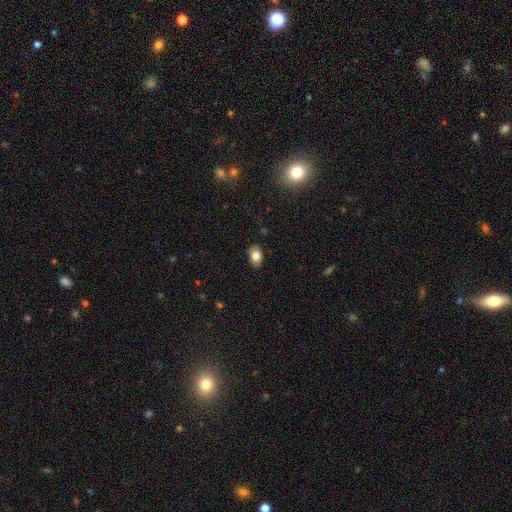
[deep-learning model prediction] The model was most divided on "smooth or featured": smooth: 82%, featured or disk: 10%, star or artifact: 8%. More confident: merging — none (87%); how rounded — in between (86%).